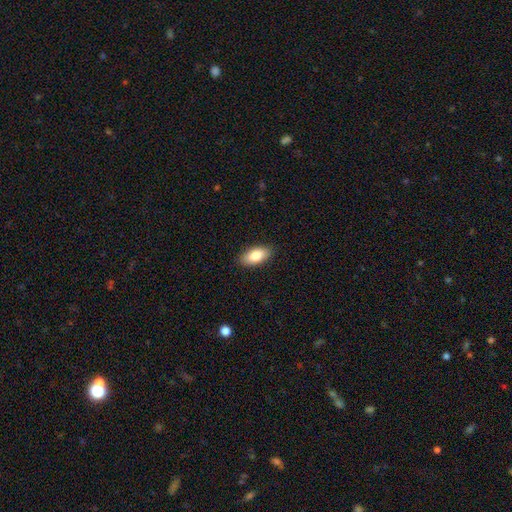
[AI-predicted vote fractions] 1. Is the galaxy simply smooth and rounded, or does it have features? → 84% smooth, 10% featured or disk, 6% star or artifact.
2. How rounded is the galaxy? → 92% in between, 6% cigar-shaped, 3% round.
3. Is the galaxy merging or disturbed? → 89% none, 9% minor disturbance, 2% major disturbance, 1% merger.